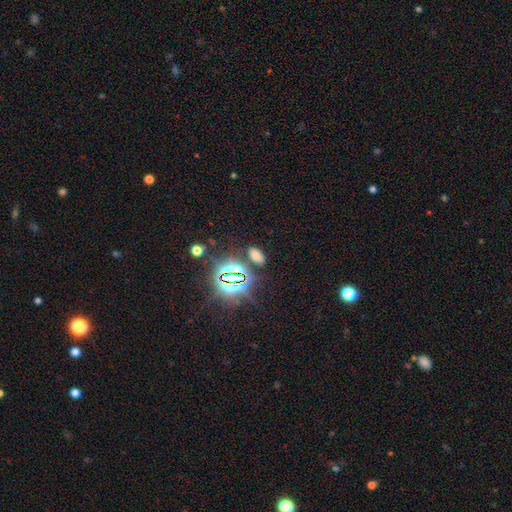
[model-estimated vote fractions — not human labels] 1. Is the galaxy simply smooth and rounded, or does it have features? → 54% smooth, 39% star or artifact, 7% featured or disk.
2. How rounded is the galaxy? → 89% in between, 6% round, 5% cigar-shaped.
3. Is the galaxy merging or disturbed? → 81% none, 10% minor disturbance, 5% merger, 4% major disturbance.